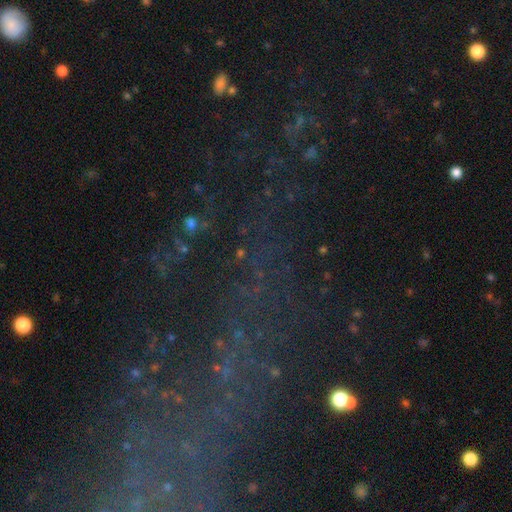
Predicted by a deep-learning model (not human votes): Smooth or featured?
  - star or artifact: 60% *
  - featured or disk: 23%
  - smooth: 17%